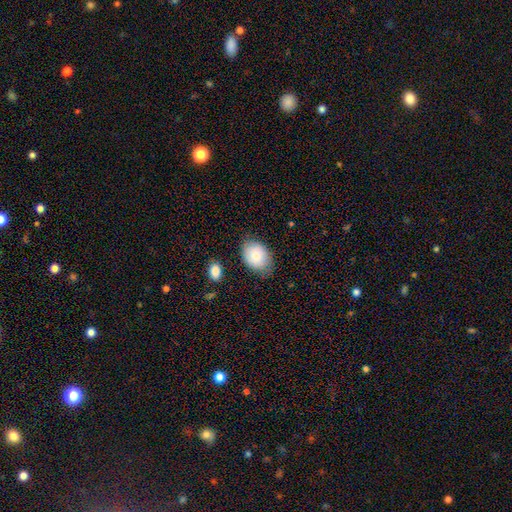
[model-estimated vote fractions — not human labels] Overall: smooth (80%). How rounded: in between (71%). Merging: none (71%).